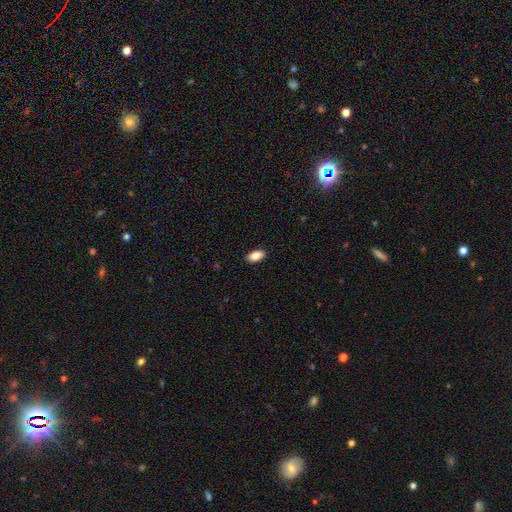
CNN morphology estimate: This is clearly a smooth galaxy (87%). How rounded: clearly in between (93%). Merging: clearly none (89%).